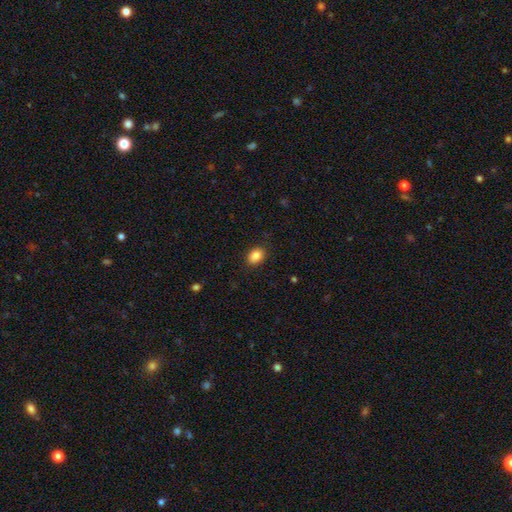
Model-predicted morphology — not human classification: A smooth galaxy with no disk features (86%) that is in between round and cigar-shaped (68%). Merging: none (87%).